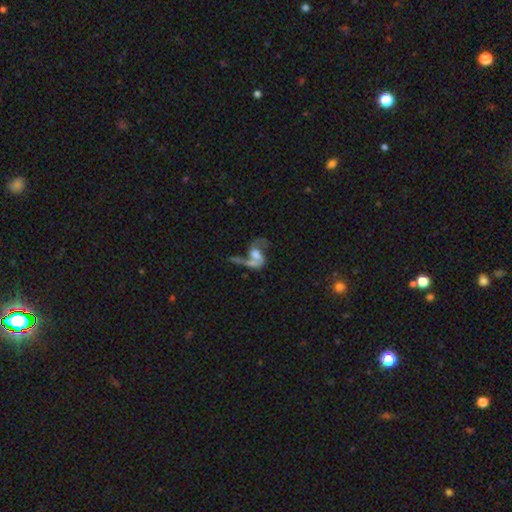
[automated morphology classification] smooth-or-featured: featured or disk: 75% | smooth: 17% | star or artifact: 8%
  disk-edge-on: no: 97% | yes: 3%
    bar: no: 48% | weak: 39% | strong: 13%
    has-spiral-arms: yes: 86% | no: 14%
      spiral-winding: loose: 69% | medium: 24% | tight: 6%
      spiral-arm-count: 2: 72% | 1: 21% | can't tell: 4% | 3: 1% | 4: 1% | more than 4: 1%
    bulge-size: moderate: 39% | large: 25% | small: 19% | none: 14% | dominant: 3%
  merging: merger: 31% | major disturbance: 29% | none: 28% | minor disturbance: 12%